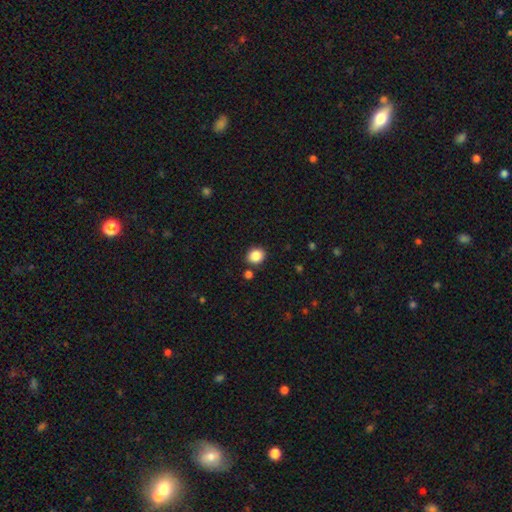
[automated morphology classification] Smooth or featured? Predicted: smooth (p=0.86). How rounded? Predicted: round (p=0.67). Merging? Predicted: none (p=0.83).